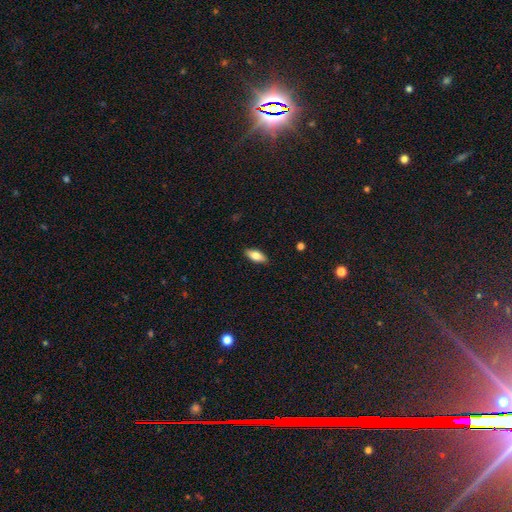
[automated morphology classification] Smooth or featured? Predicted: smooth (p=0.78). How rounded? Predicted: in between (p=0.83). Merging? Predicted: none (p=0.88).